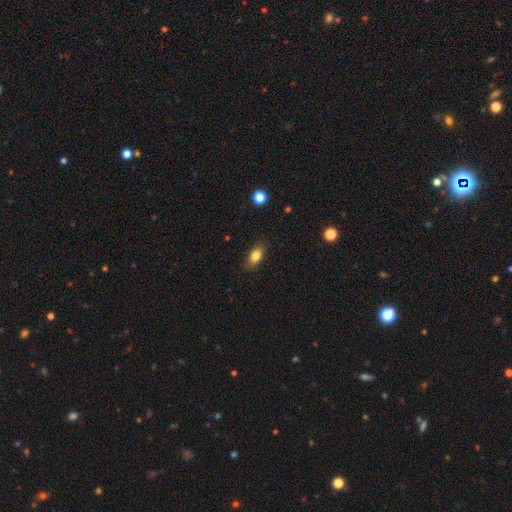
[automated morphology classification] Q: Smooth or featured?
A: smooth (82%); runner-up: star or artifact (9%)
Q: How rounded?
A: in between (85%); runner-up: round (10%)
Q: Merging?
A: none (84%); runner-up: minor disturbance (12%)